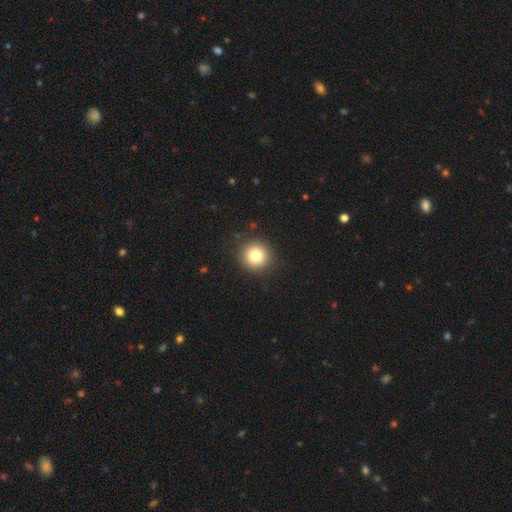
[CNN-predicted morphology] This appears to be a smooth galaxy with no disk features (80%) that is round (94%). Merging: none (91%).